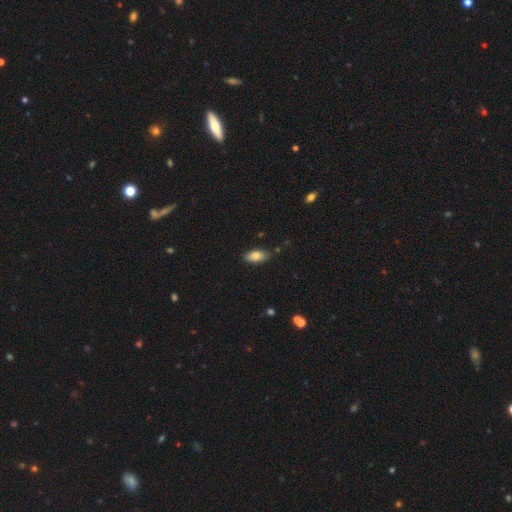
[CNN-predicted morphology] A smooth galaxy with no disk features (79%) that is in between round and cigar-shaped (89%).

Vote fractions:
- Smooth or featured? smooth: 79% / featured or disk: 13% / star or artifact: 8%
- How rounded? in between: 89% / cigar-shaped: 8% / round: 3%
- Merging? none: 83% / minor disturbance: 13% / major disturbance: 2% / merger: 2%